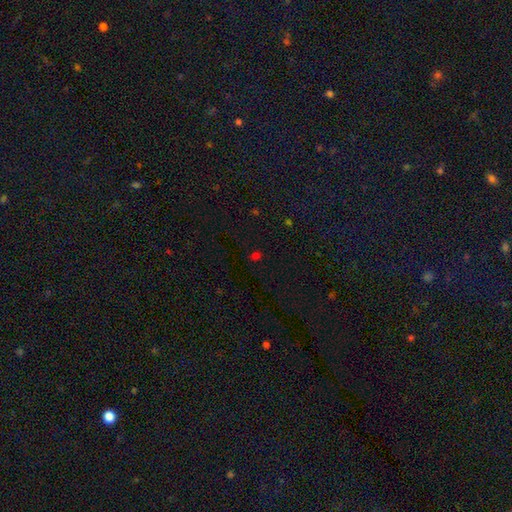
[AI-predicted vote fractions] smooth-or-featured: smooth: 51% | star or artifact: 43% | featured or disk: 6%
  how-rounded: in between: 50% | round: 47% | cigar-shaped: 2%
  merging: none: 79% | minor disturbance: 13% | major disturbance: 5% | merger: 3%